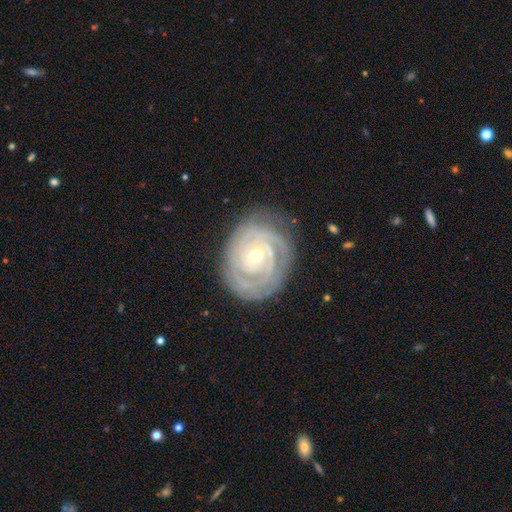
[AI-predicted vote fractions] This is clearly a featured or disk galaxy (89%). It is clearly not viewed edge-on (97%). Bar: possibly no (56%). Spiral arm pattern: clearly yes (97%). Spiral arm count: marginally 3 (28%). Spiral winding: clearly tight (86%). Central bulge: possibly moderate (54%). Merging: likely none (79%).